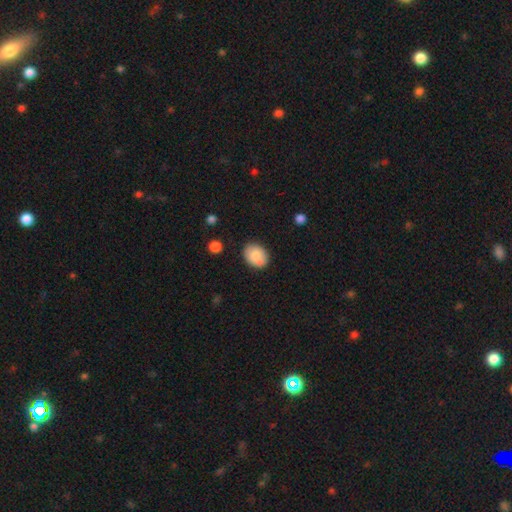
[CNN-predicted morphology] Smooth or featured? smooth (83%)
How rounded? in between (66%)
Merging? none (78%)